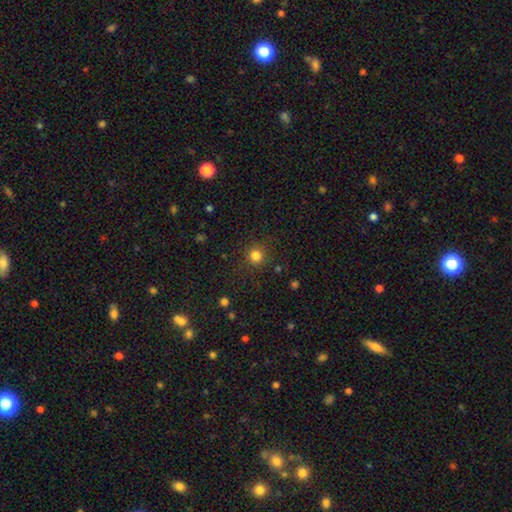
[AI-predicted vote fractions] smooth 82%, star or artifact 14%, featured or disk 5%. Down the decision tree: how rounded — round (93%); merging — none (87%).